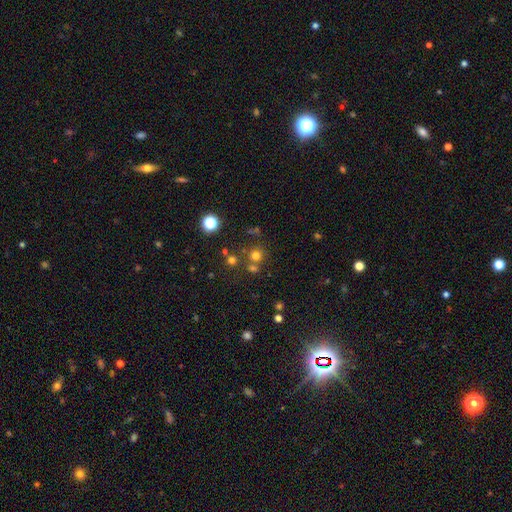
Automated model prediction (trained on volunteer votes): smooth_or_featured: smooth (p=0.67) [alt: star or artifact p=0.25]
how_rounded: round (p=0.91) [alt: in between p=0.08]
merging: none (p=0.67) [alt: merger p=0.21]